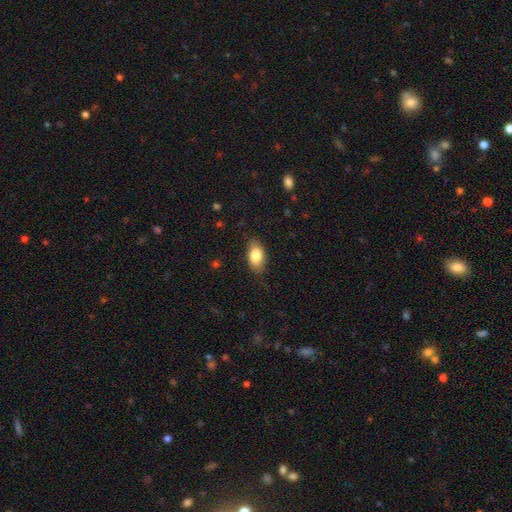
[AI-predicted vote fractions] smooth_or_featured: smooth (p=0.81) [alt: featured or disk p=0.12]
how_rounded: in between (p=0.90) [alt: round p=0.07]
merging: none (p=0.81) [alt: minor disturbance p=0.14]